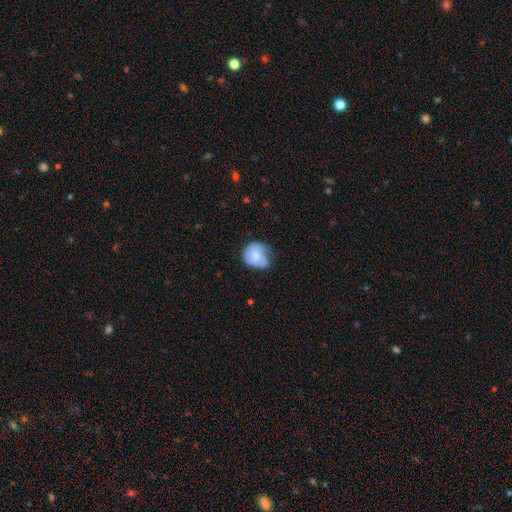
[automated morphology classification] This is likely a smooth galaxy (62%). How rounded: likely round (70%). Merging: marginally none (42%).